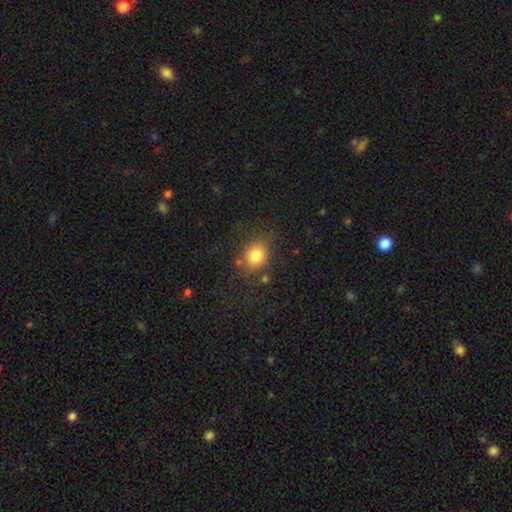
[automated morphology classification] smooth 80%, star or artifact 11%, featured or disk 9%. Down the decision tree: how rounded — round (53%); merging — none (71%).